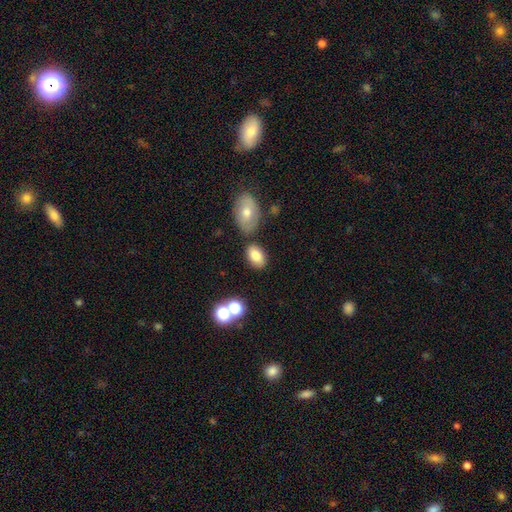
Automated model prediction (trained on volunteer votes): Q: Smooth or featured?
A: smooth (80%); runner-up: featured or disk (10%)
Q: How rounded?
A: in between (89%); runner-up: round (9%)
Q: Merging?
A: none (74%); runner-up: minor disturbance (13%)